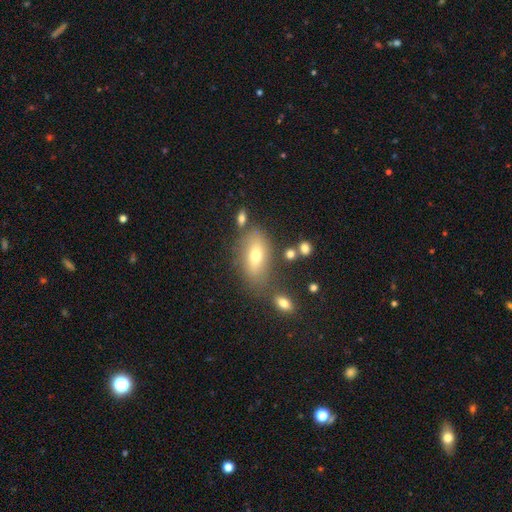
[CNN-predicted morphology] A smooth galaxy with no disk features (67%) that is in between round and cigar-shaped (84%).

Vote fractions:
- Smooth or featured? smooth: 67% / featured or disk: 22% / star or artifact: 11%
- How rounded? in between: 84% / cigar-shaped: 8% / round: 8%
- Merging? none: 67% / minor disturbance: 16% / merger: 10% / major disturbance: 6%